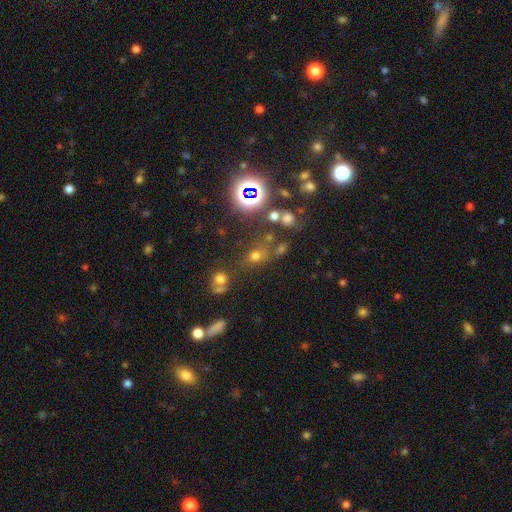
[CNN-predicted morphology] smooth-or-featured: smooth: 60% | star or artifact: 29% | featured or disk: 11%
  how-rounded: round: 55% | in between: 43% | cigar-shaped: 2%
  merging: none: 60% | minor disturbance: 16% | merger: 15% | major disturbance: 9%